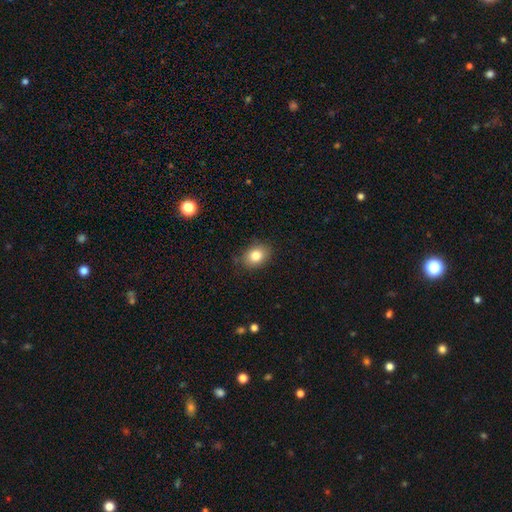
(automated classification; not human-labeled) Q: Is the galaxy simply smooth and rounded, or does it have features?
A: smooth — 83%.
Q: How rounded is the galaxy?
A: in between — 67%.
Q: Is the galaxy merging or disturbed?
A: none — 83%.